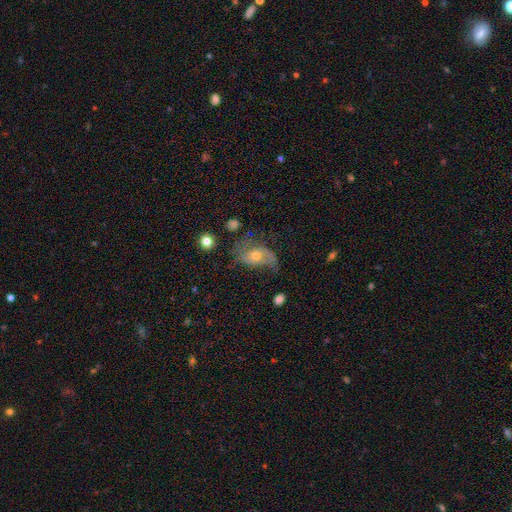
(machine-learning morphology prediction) Overall: featured or disk (58%; smooth 33%). Edge-on disk: no (94%). Bar: no (73%). Spiral arms: yes (77%). Bulge size: moderate (61%; small 31%). Merging: none (40%; minor disturbance 30%).